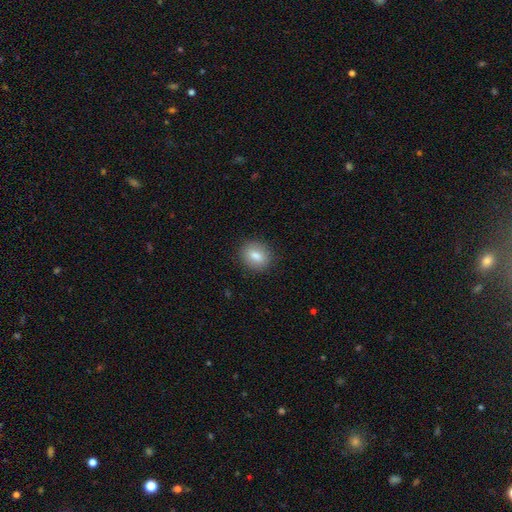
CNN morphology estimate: The model was most divided on "how rounded": round: 52%, in between: 47%, cigar-shaped: 2%. More confident: merging — none (87%); smooth or featured — smooth (82%).